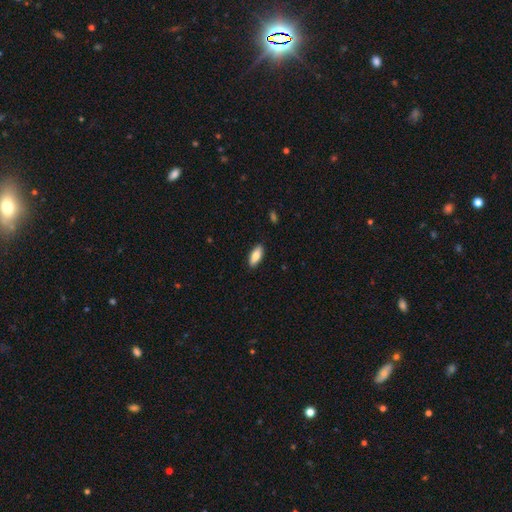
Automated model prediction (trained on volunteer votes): Smooth or featured?
  - smooth: 82% *
  - featured or disk: 12%
  - star or artifact: 6%
How rounded?
  - in between: 82% *
  - cigar-shaped: 16%
  - round: 2%
Merging?
  - none: 89% *
  - minor disturbance: 9%
  - major disturbance: 2%
  - merger: 1%